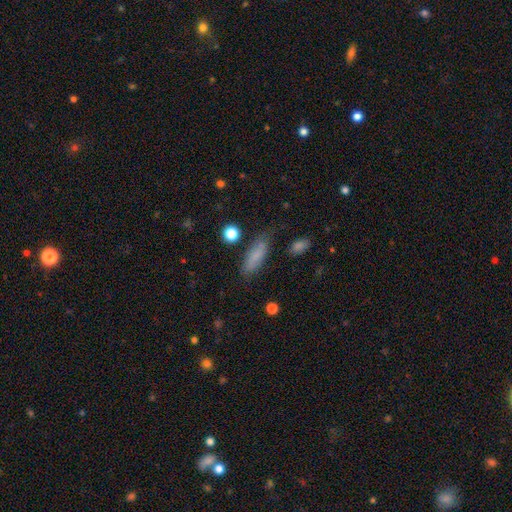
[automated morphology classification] smooth_or_featured: smooth (p=0.74) [alt: featured or disk p=0.16]
how_rounded: in between (p=0.58) [alt: cigar-shaped p=0.38]
merging: none (p=0.65) [alt: minor disturbance p=0.23]